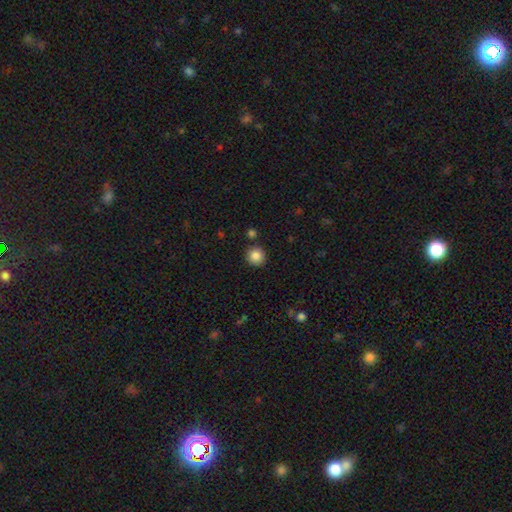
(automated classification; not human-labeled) Smooth or featured? smooth (86%)
How rounded? round (93%)
Merging? none (88%)